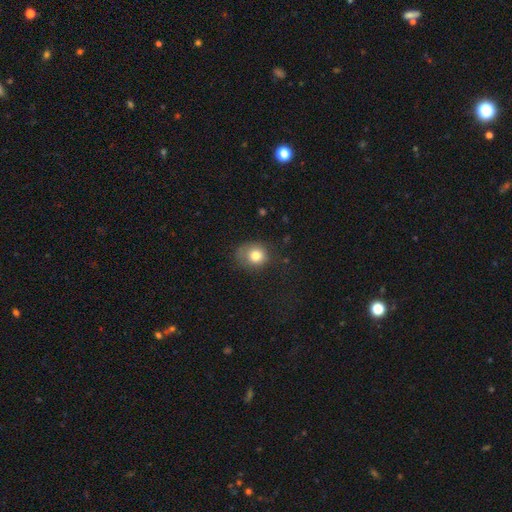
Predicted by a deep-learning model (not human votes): Morphology: type=smooth (78%); roundness=round (73%); merging=none (59%).